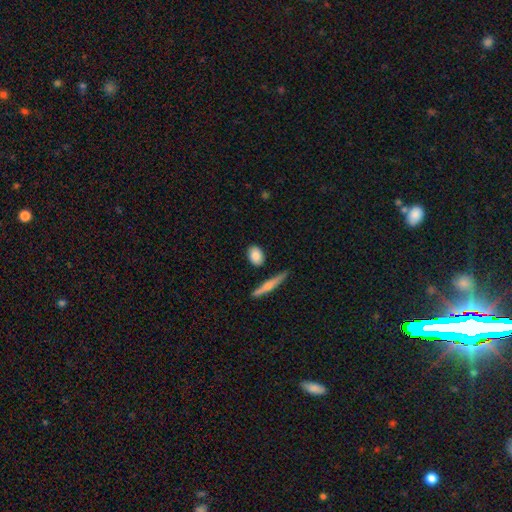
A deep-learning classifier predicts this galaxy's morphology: Smooth or featured?
  - smooth: 85% *
  - featured or disk: 9%
  - star or artifact: 6%
How rounded?
  - in between: 74% *
  - round: 20%
  - cigar-shaped: 6%
Merging?
  - none: 83% *
  - minor disturbance: 11%
  - merger: 4%
  - major disturbance: 3%